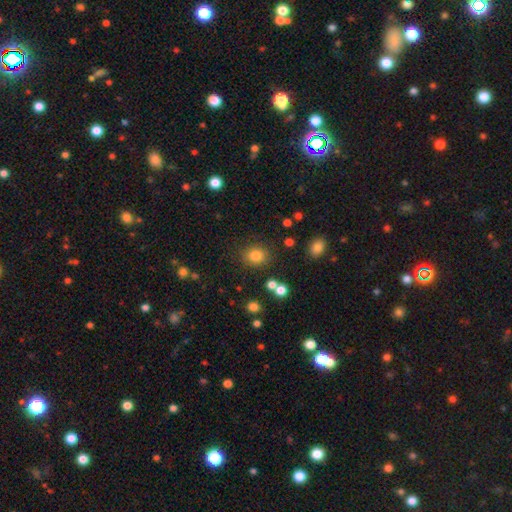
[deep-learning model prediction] Smooth or featured? smooth (82%)
How rounded? round (72%)
Merging? none (83%)